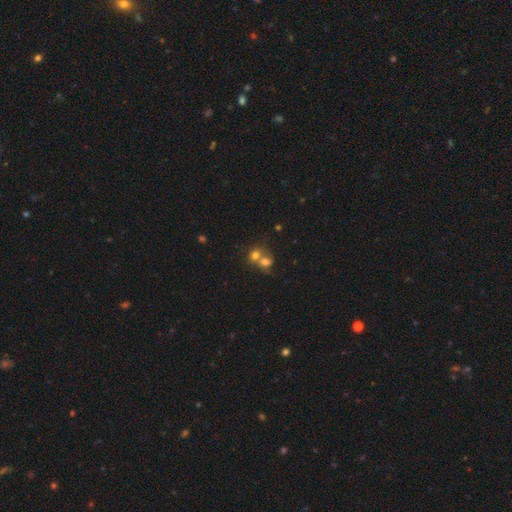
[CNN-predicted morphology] Q: Smooth or featured?
A: smooth (70%); runner-up: featured or disk (17%)
Q: How rounded?
A: round (71%); runner-up: in between (28%)
Q: Merging?
A: merger (67%); runner-up: none (24%)